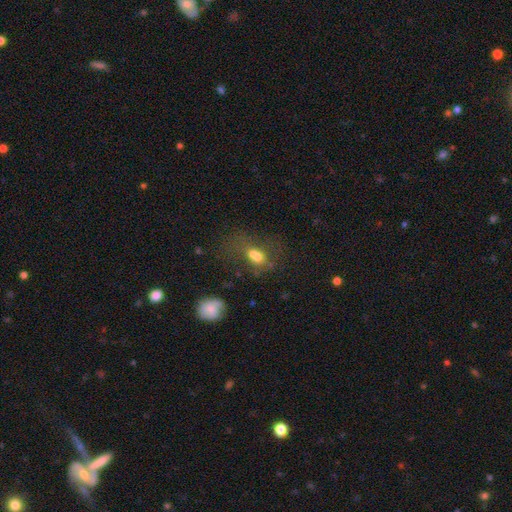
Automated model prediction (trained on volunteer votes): Smooth or featured?
  - smooth: 62% *
  - featured or disk: 24%
  - star or artifact: 15%
How rounded?
  - in between: 69% *
  - round: 27%
  - cigar-shaped: 4%
Merging?
  - merger: 40% *
  - none: 28%
  - major disturbance: 18%
  - minor disturbance: 14%